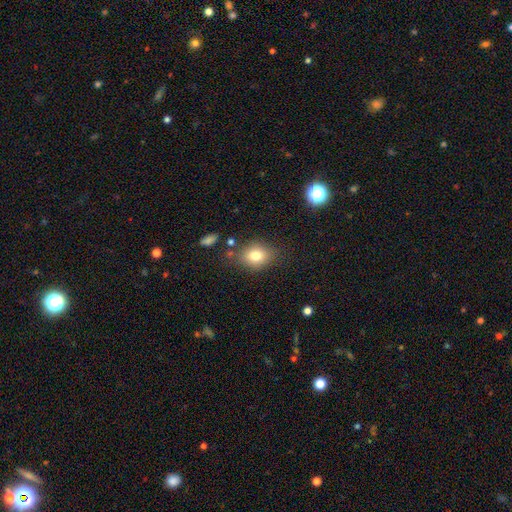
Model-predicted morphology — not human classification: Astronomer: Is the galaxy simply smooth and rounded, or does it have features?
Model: smooth — 78%.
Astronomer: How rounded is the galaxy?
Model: round — 49%, tied with in between at 49%.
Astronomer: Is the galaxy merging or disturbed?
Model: none — 76%.